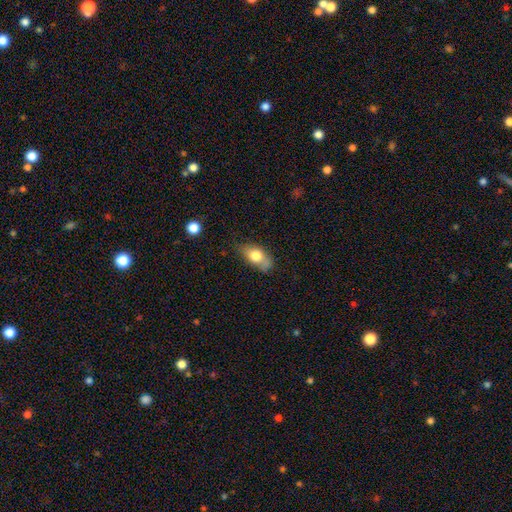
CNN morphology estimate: smooth_or_featured: smooth (p=0.73) [alt: featured or disk p=0.19]
how_rounded: in between (p=0.83) [alt: round p=0.11]
merging: none (p=0.55) [alt: minor disturbance p=0.32]